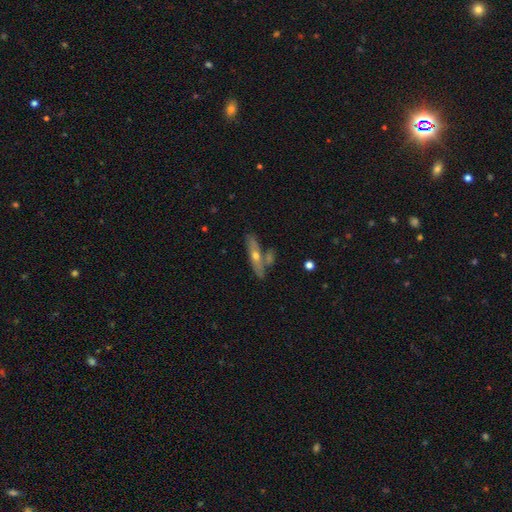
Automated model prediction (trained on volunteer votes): This appears to be a featured or disk galaxy (55%) viewed edge-on (73%). Merging: none (65%).